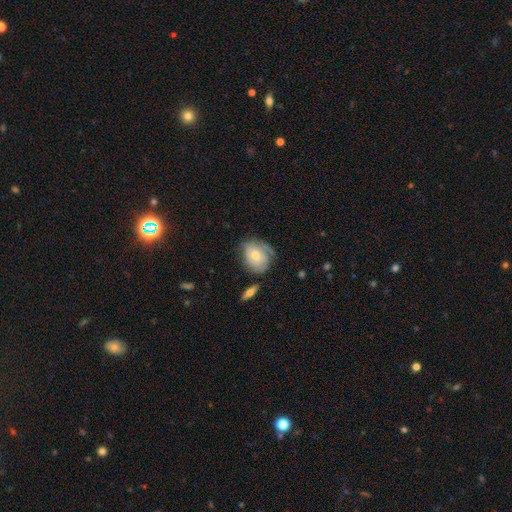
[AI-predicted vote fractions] smooth-or-featured: smooth: 49% | featured or disk: 44% | star or artifact: 7%
  merging: none: 47% | minor disturbance: 33% | major disturbance: 16% | merger: 4%